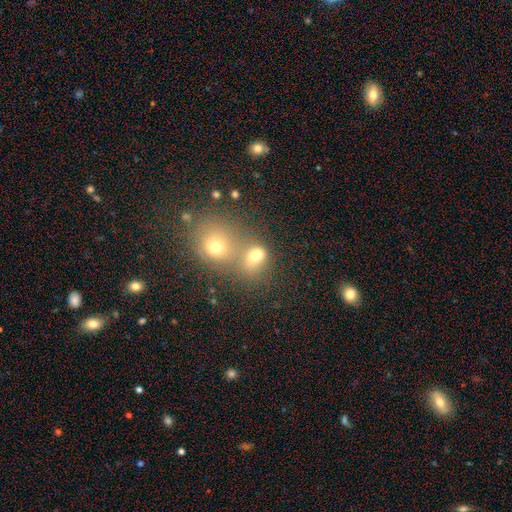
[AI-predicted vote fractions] This is likely a smooth galaxy (73%). How rounded: possibly round (55%). Merging: possibly merger (52%).